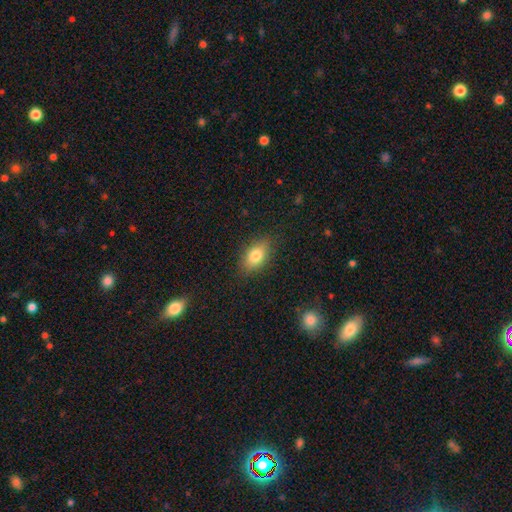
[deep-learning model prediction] Morphology: type=smooth (80%); roundness=in between (87%); merging=none (85%).